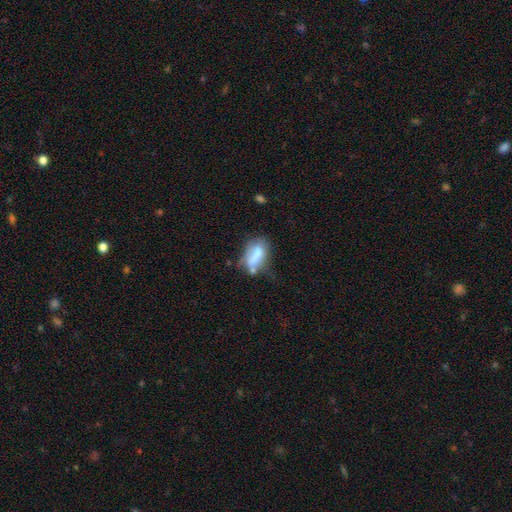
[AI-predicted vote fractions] Smooth or featured? smooth (66%)
How rounded? in between (85%)
Merging? none (33%)